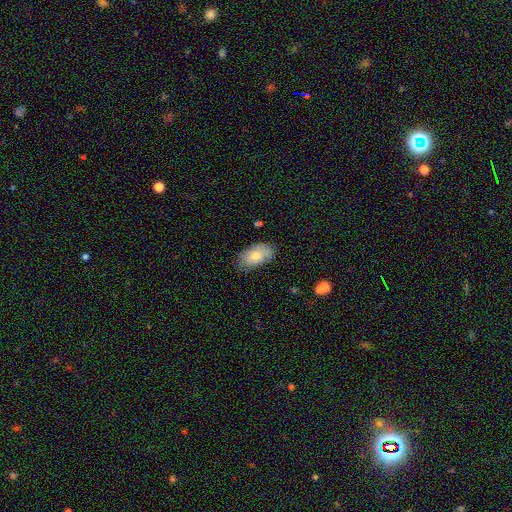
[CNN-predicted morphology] Overall: smooth (72%). How rounded: in between (94%). Merging: none (73%).